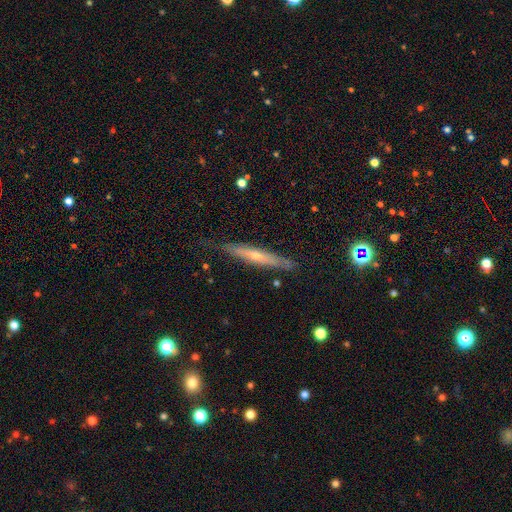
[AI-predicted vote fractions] Q: Smooth or featured?
A: featured or disk (63%); runner-up: smooth (31%)
Q: Edge-on disk?
A: yes (90%); runner-up: no (10%)
Q: Edge-on bulge?
A: rounded (72%); runner-up: none (25%)
Q: Merging?
A: none (81%); runner-up: minor disturbance (14%)